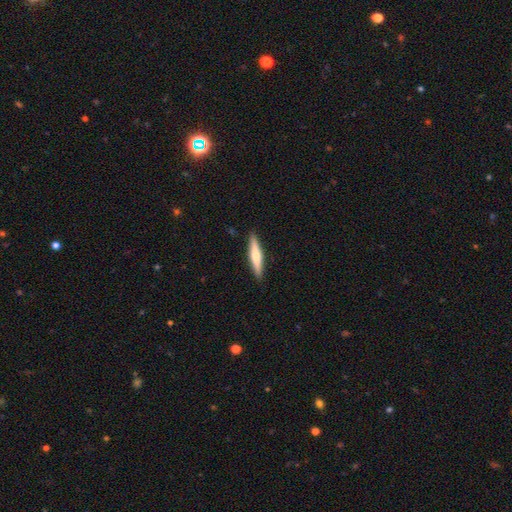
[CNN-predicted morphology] Smooth or featured?
  - smooth: 52% *
  - featured or disk: 43%
  - star or artifact: 5%
How rounded?
  - cigar-shaped: 88% *
  - in between: 11%
  - round: 1%
Merging?
  - none: 91% *
  - minor disturbance: 6%
  - major disturbance: 1%
  - merger: 1%